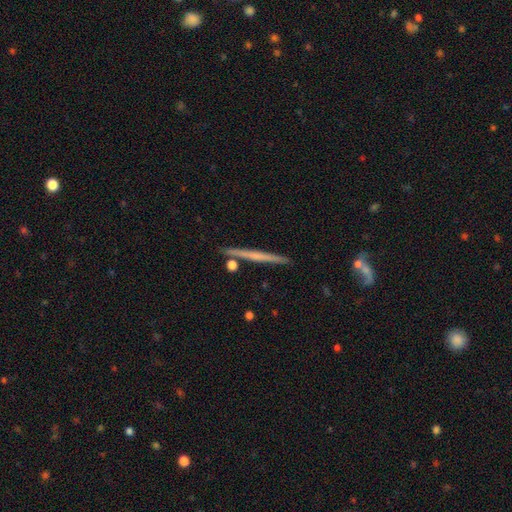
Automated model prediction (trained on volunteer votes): Overall: featured or disk (59%; smooth 35%). Edge-on disk: yes (97%). Edge-on bulge: none (76%). Merging: none (89%).